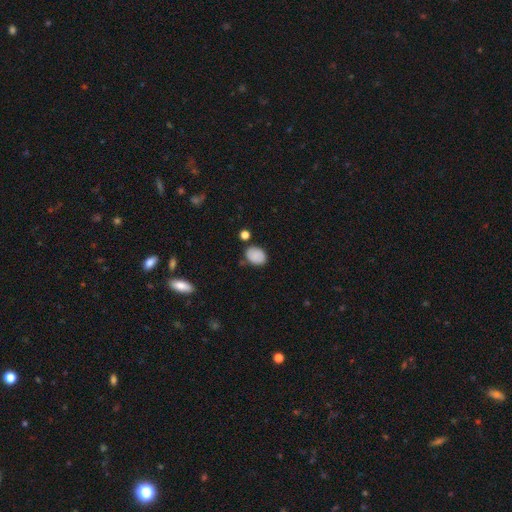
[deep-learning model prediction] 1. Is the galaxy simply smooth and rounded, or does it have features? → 85% smooth, 9% star or artifact, 7% featured or disk.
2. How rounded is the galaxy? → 70% in between, 29% round, 1% cigar-shaped.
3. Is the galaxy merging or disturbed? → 72% none, 18% minor disturbance, 6% merger, 4% major disturbance.